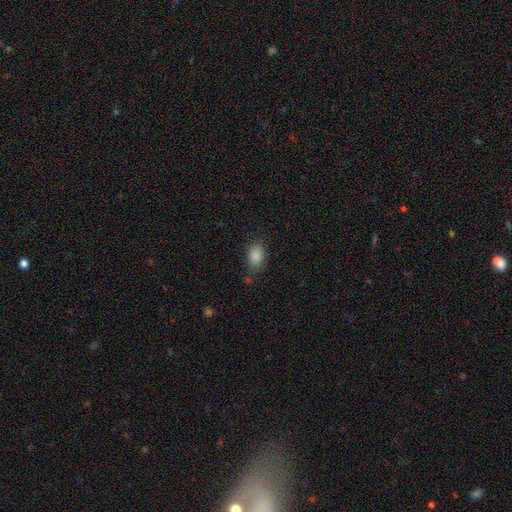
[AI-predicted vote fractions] This appears to be a smooth galaxy with no disk features (87%) that is in between round and cigar-shaped (89%). Merging: none (79%).